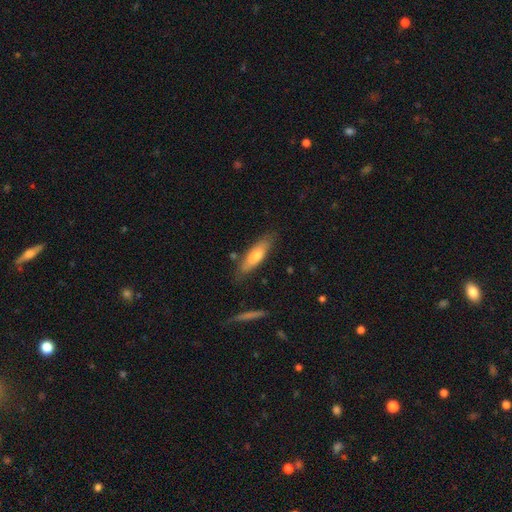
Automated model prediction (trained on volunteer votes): Q: Smooth or featured?
A: smooth (66%); runner-up: featured or disk (28%)
Q: How rounded?
A: cigar-shaped (63%); runner-up: in between (35%)
Q: Merging?
A: none (79%); runner-up: minor disturbance (15%)